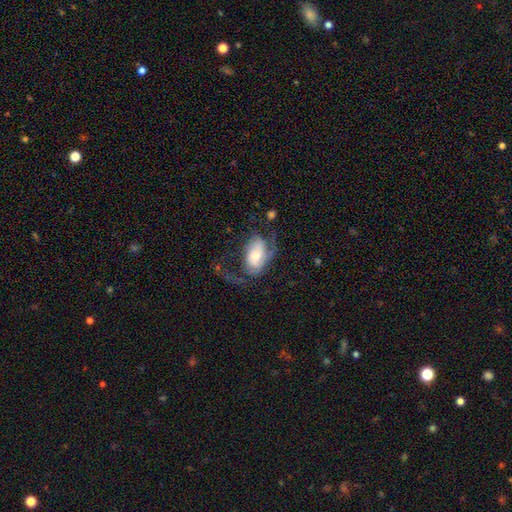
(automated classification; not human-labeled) Smooth or featured?
  - featured or disk: 59% *
  - smooth: 34%
  - star or artifact: 7%
Edge-on disk?
  - no: 95% *
  - yes: 5%
Bar?
  - no: 60% *
  - weak: 30%
  - strong: 10%
Spiral arms?
  - yes: 81% *
  - no: 19%
Bulge size?
  - moderate: 46% *
  - small: 28%
  - large: 18%
  - dominant: 4%
  - none: 4%
Merging?
  - major disturbance: 42% *
  - none: 36%
  - minor disturbance: 20%
  - merger: 3%